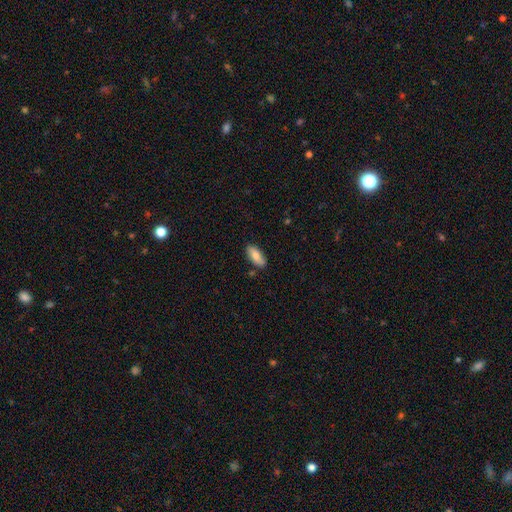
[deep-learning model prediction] smooth-or-featured: smooth: 81% | featured or disk: 13% | star or artifact: 6%
  how-rounded: in between: 82% | cigar-shaped: 15% | round: 2%
  merging: none: 85% | minor disturbance: 11% | merger: 2% | major disturbance: 2%